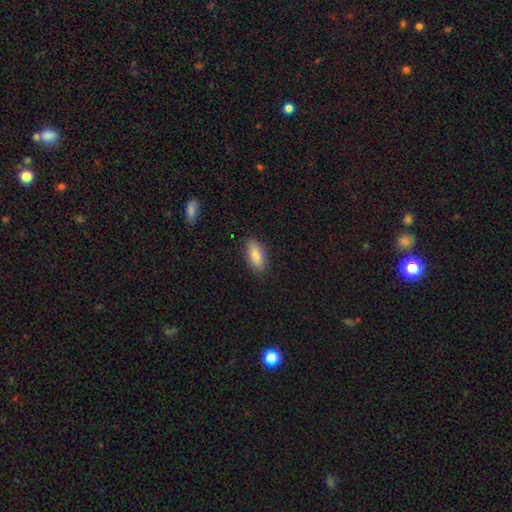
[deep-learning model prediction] A smooth galaxy with no disk features (83%) that is in between round and cigar-shaped (81%).

Vote fractions:
- Smooth or featured? smooth: 83% / featured or disk: 10% / star or artifact: 7%
- How rounded? in between: 81% / cigar-shaped: 17% / round: 3%
- Merging? none: 87% / minor disturbance: 10% / major disturbance: 2% / merger: 2%